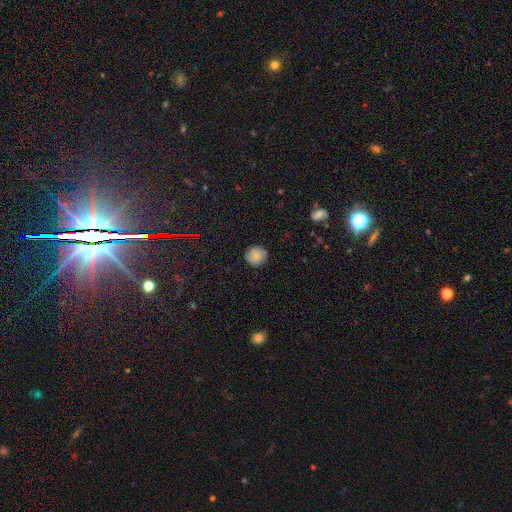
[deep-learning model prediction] Smooth or featured? Predicted: smooth (p=0.78). How rounded? Predicted: round (p=0.92). Merging? Predicted: none (p=0.86).